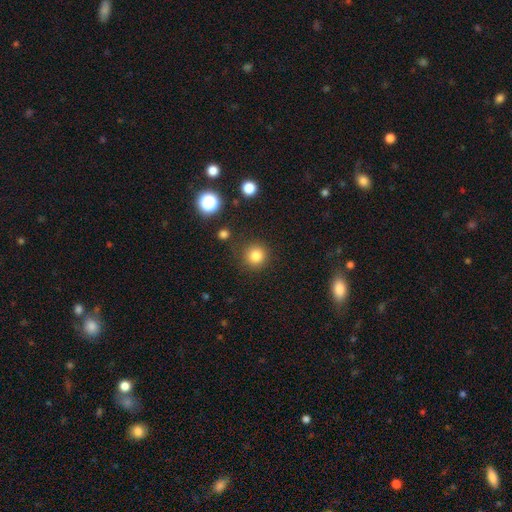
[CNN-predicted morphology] Q: Smooth or featured?
A: smooth (82%); runner-up: star or artifact (13%)
Q: How rounded?
A: round (93%); runner-up: in between (6%)
Q: Merging?
A: none (87%); runner-up: minor disturbance (8%)